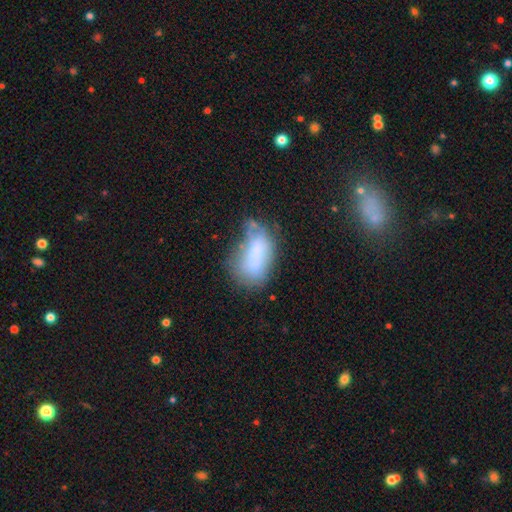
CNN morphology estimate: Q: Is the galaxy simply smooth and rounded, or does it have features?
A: smooth — 62%.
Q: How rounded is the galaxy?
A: in between — 88%.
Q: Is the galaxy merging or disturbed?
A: none — 33%.